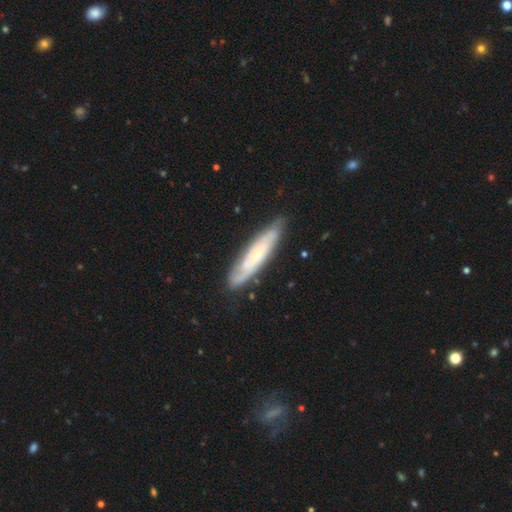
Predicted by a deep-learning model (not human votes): featured or disk 61%, smooth 33%, star or artifact 6%. Down the decision tree: edge-on disk — no (59%); merging — none (79%).